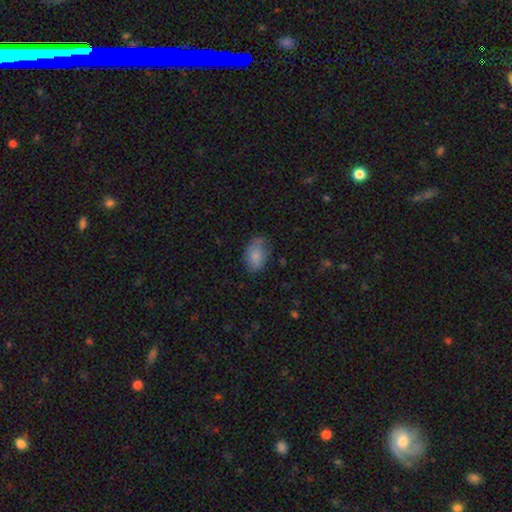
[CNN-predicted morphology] The model was most divided on "merging": none: 62%, minor disturbance: 27%, major disturbance: 8%, merger: 2%. More confident: how rounded — in between (86%); smooth or featured — smooth (80%).